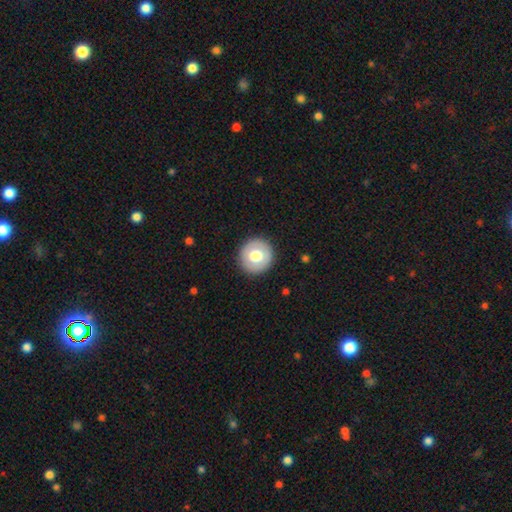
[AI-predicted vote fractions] smooth 67%, featured or disk 25%, star or artifact 7%. Down the decision tree: how rounded — round (94%); merging — none (91%).